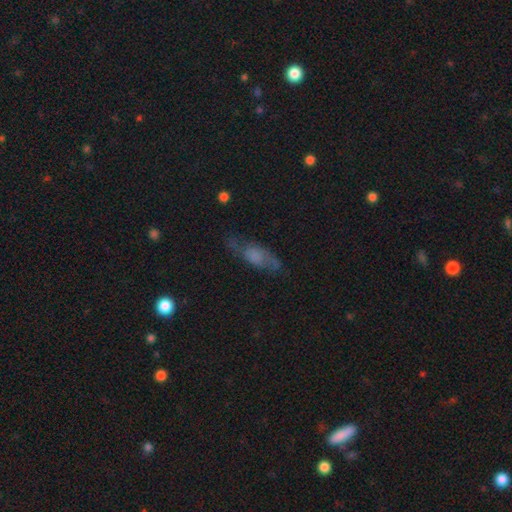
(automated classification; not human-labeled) Smooth or featured? featured or disk (45%)
Merging? none (63%)